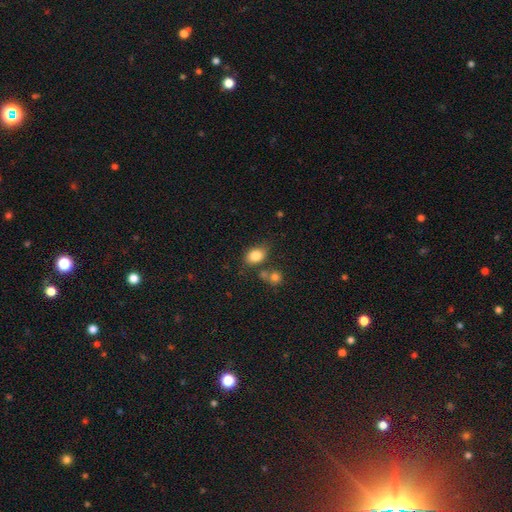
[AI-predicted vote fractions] This appears to be a smooth galaxy with no disk features (82%) that is in between round and cigar-shaped (73%). Merging: none (63%).